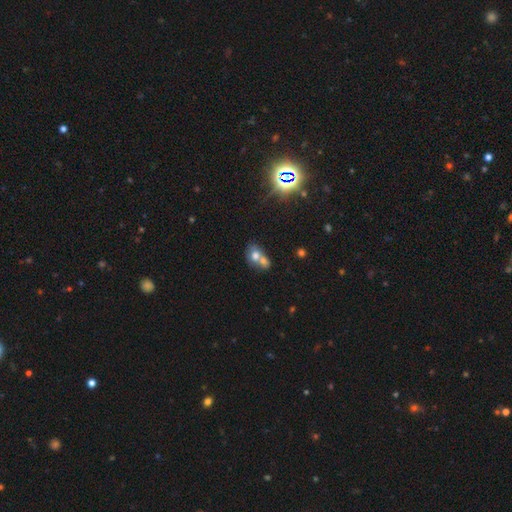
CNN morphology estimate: type=smooth (63%); roundness=in between (54%); merging=merger (68%).